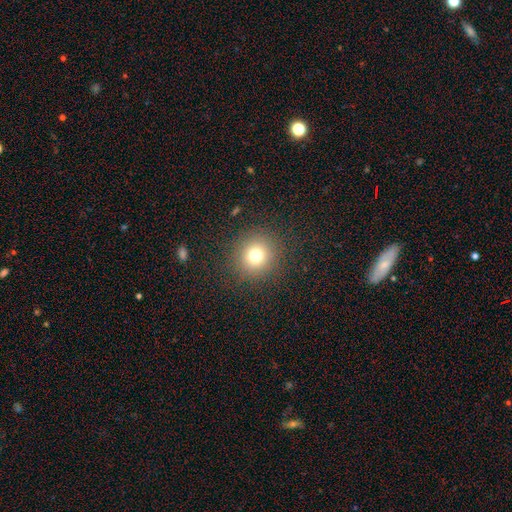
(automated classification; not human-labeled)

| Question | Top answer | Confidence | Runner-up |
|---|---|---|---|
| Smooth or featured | smooth | 74% | star or artifact (16%) |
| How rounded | round | 93% | in between (6%) |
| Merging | none | 89% | minor disturbance (7%) |